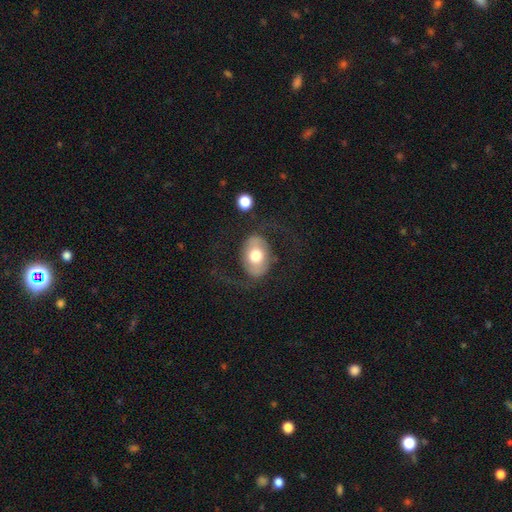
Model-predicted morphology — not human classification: This appears to be a featured or disk galaxy (53%). Merging: none (66%).